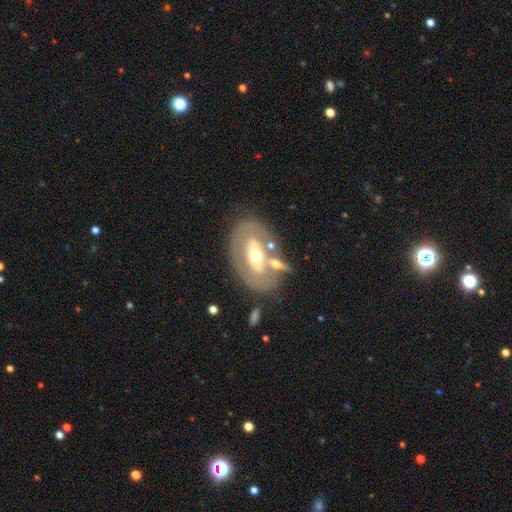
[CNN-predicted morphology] The model was most divided on "smooth or featured": featured or disk: 65%, smooth: 29%, star or artifact: 6%. More confident: edge-on disk — no (89%); spiral arms — no (79%); bulge size — moderate (68%); merging — none (62%); bar — no (60%).